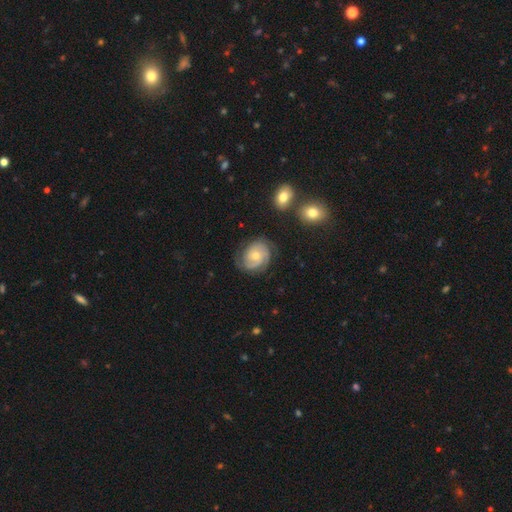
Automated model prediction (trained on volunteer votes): Q: Smooth or featured?
A: featured or disk (81%); runner-up: smooth (13%)
Q: Edge-on disk?
A: no (97%); runner-up: yes (3%)
Q: Bar?
A: no (71%); runner-up: weak (24%)
Q: Spiral arms?
A: yes (95%); runner-up: no (5%)
Q: Spiral winding?
A: tight (66%); runner-up: medium (27%)
Q: Spiral arm count?
A: 2 (39%); runner-up: 3 (24%)
Q: Bulge size?
A: moderate (58%); runner-up: small (38%)
Q: Merging?
A: none (72%); runner-up: minor disturbance (19%)